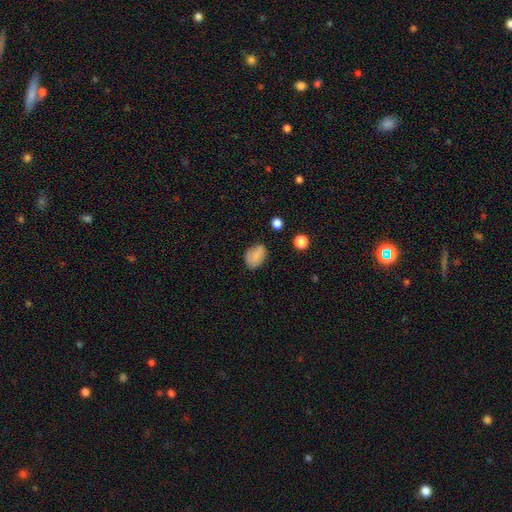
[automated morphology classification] Smooth or featured?
  - smooth: 77% *
  - featured or disk: 13%
  - star or artifact: 10%
How rounded?
  - in between: 77% *
  - round: 22%
  - cigar-shaped: 1%
Merging?
  - none: 68% *
  - minor disturbance: 23%
  - major disturbance: 6%
  - merger: 2%